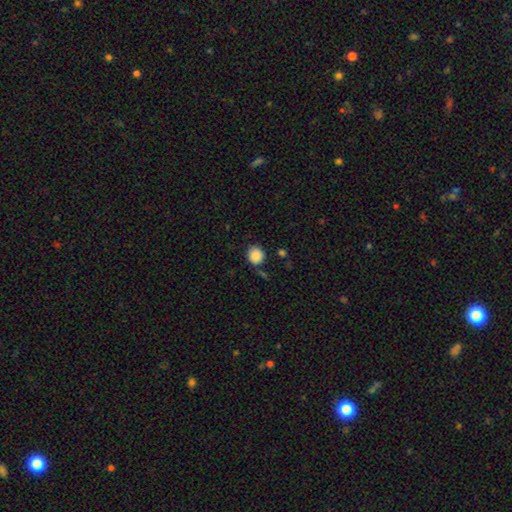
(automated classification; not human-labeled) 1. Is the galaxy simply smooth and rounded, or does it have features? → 88% smooth, 9% star or artifact, 3% featured or disk.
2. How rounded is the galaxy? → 85% round, 14% in between, 1% cigar-shaped.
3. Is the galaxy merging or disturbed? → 78% none, 14% minor disturbance, 4% merger, 4% major disturbance.